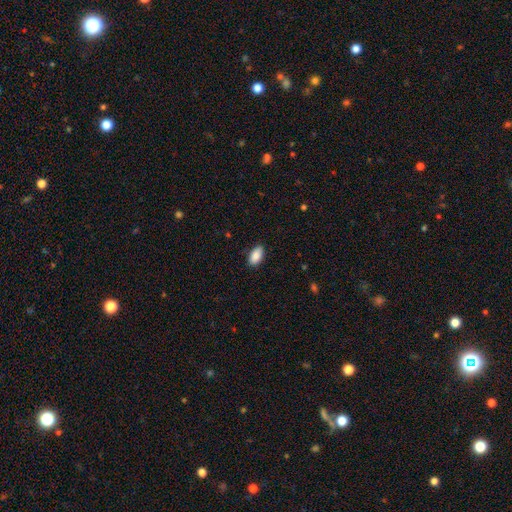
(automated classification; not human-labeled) Smooth or featured? smooth (89%)
How rounded? in between (93%)
Merging? none (85%)